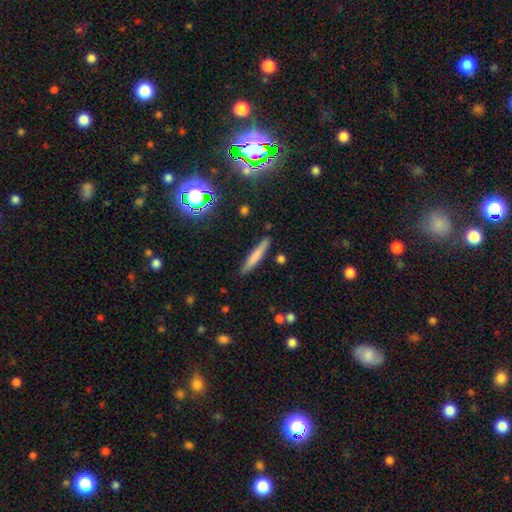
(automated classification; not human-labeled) This appears to be a smooth galaxy with no disk features (69%) that is cigar-shaped (93%). Merging: none (87%).